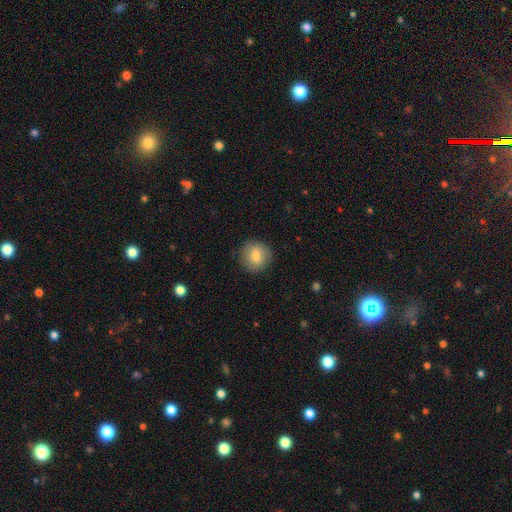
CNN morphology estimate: This appears to be a smooth galaxy with no disk features (81%) that is round (87%). Merging: none (85%).